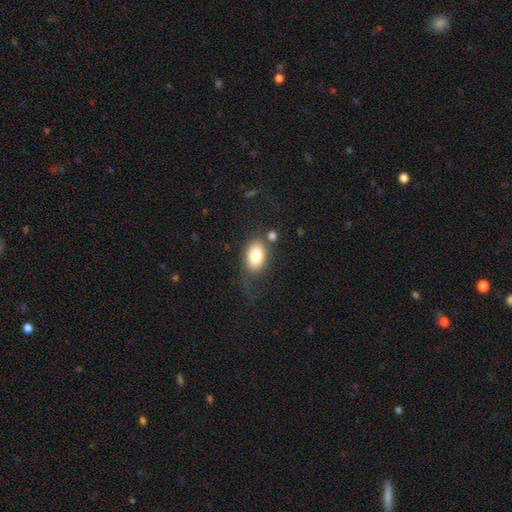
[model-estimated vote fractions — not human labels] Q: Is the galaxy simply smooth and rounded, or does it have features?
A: smooth — 78%.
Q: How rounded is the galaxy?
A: in between — 87%.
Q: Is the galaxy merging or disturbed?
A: none — 59%.